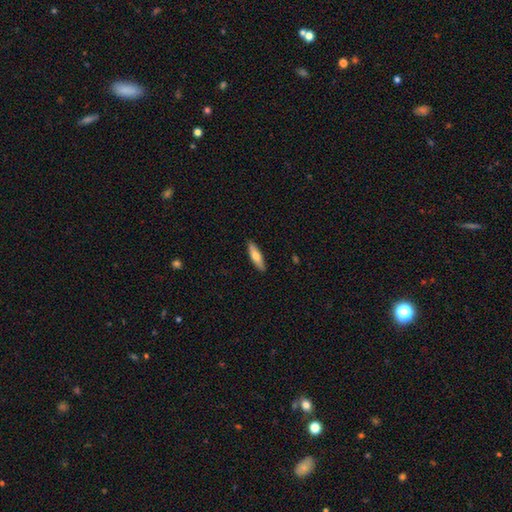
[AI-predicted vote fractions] Smooth or featured?
  - smooth: 67% *
  - featured or disk: 27%
  - star or artifact: 6%
How rounded?
  - cigar-shaped: 59% *
  - in between: 39%
  - round: 2%
Merging?
  - none: 89% *
  - minor disturbance: 8%
  - major disturbance: 2%
  - merger: 1%